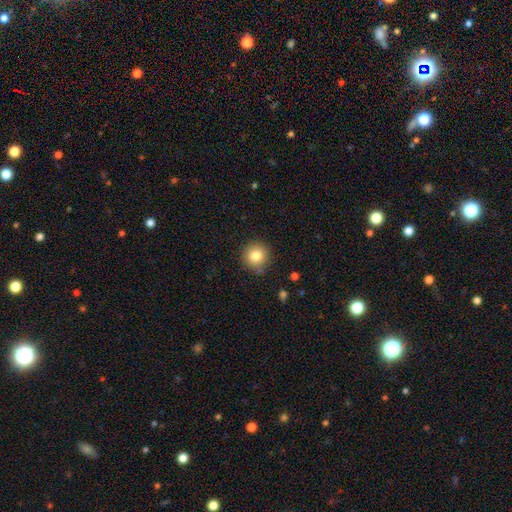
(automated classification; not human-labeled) The model was most divided on "smooth or featured": smooth: 81%, star or artifact: 11%, featured or disk: 8%. More confident: how rounded — round (94%); merging — none (86%).